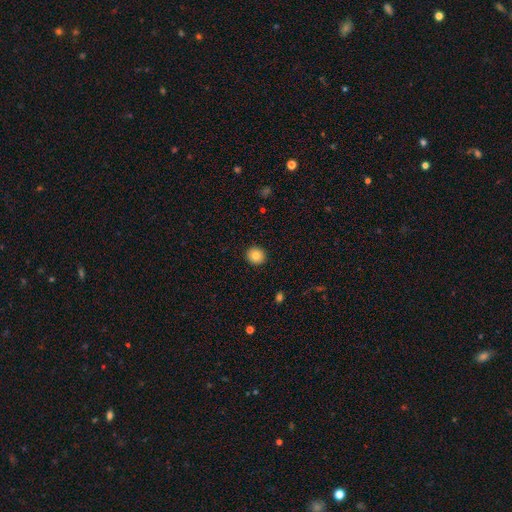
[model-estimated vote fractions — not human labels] Morphology: type=smooth (82%); roundness=round (89%); merging=none (92%).